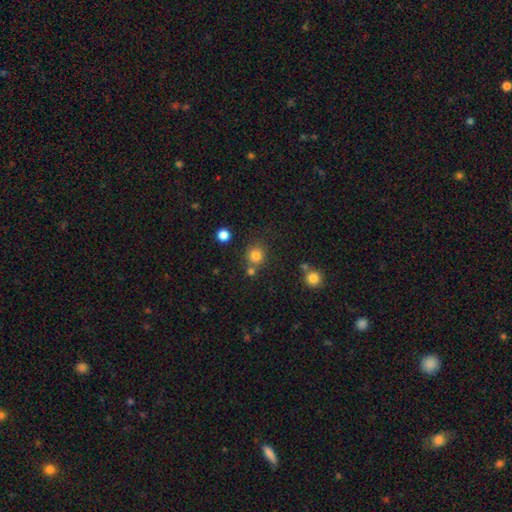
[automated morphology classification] Smooth or featured? smooth (80%)
How rounded? round (89%)
Merging? none (73%)